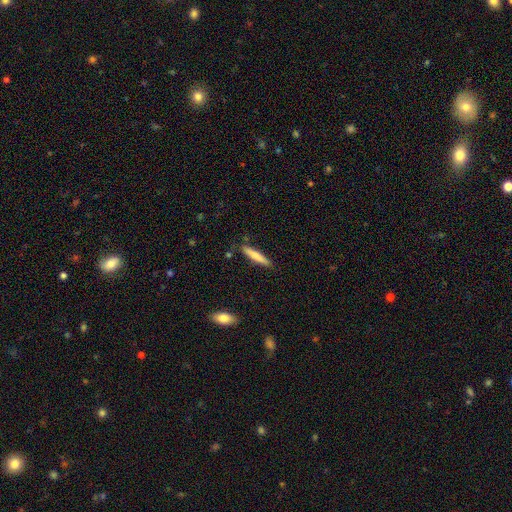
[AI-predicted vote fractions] Smooth or featured? Predicted: smooth (p=0.72). How rounded? Predicted: cigar-shaped (p=0.90). Merging? Predicted: none (p=0.84).